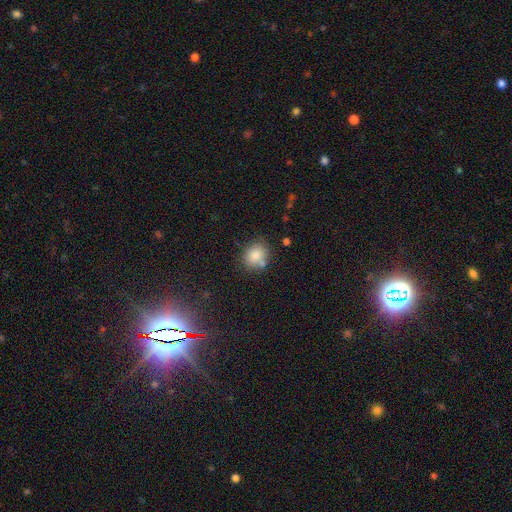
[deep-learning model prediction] Smooth or featured? smooth (83%)
How rounded? round (62%)
Merging? none (70%)